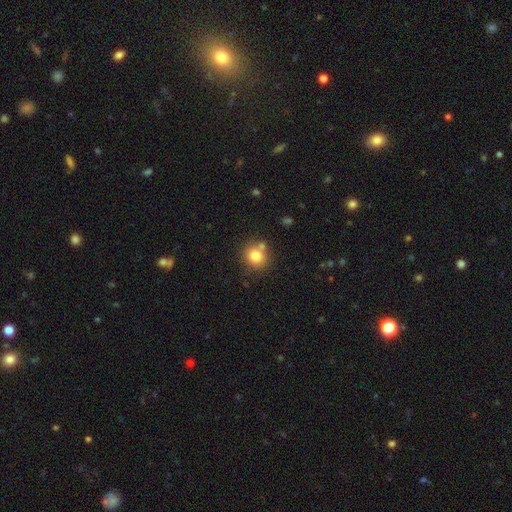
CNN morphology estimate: Overall: smooth (79%). How rounded: round (85%). Merging: none (69%).